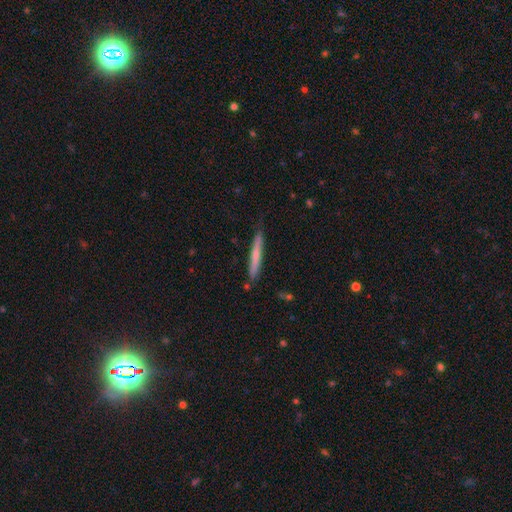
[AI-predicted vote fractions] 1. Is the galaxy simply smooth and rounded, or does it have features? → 51% smooth, 44% featured or disk, 6% star or artifact.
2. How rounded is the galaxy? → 96% cigar-shaped, 3% in between, 1% round.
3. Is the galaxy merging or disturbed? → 82% none, 14% minor disturbance, 2% merger, 2% major disturbance.